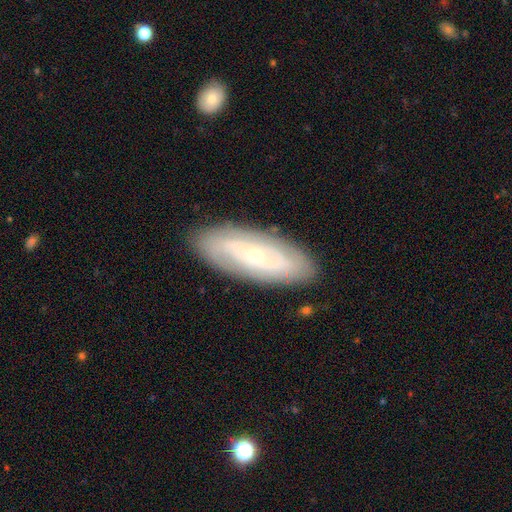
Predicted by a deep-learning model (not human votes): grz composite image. It shows a featured or disk galaxy (69%) with no bar (73%), spiral arms (73%) and a small central bulge (74%). Merging: none (86%).